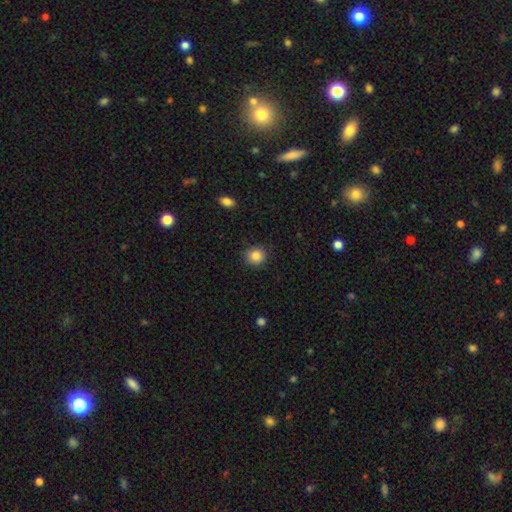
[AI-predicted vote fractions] This appears to be a smooth galaxy with no disk features (85%) that is round (86%). Merging: none (87%).